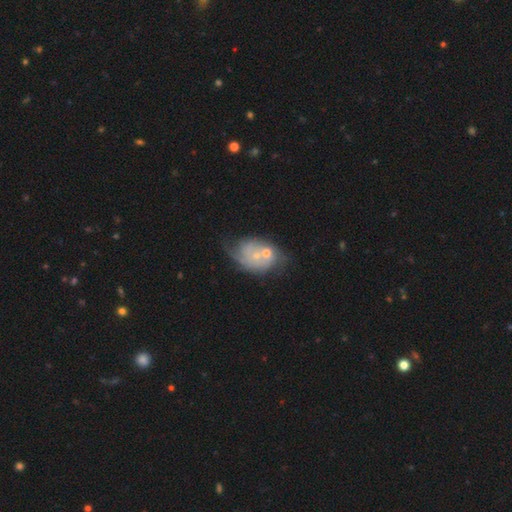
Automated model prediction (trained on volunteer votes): A featured or disk galaxy (64%) with no bar (82%), spiral arms (74%) and a small central bulge (69%). Merging: none (34%).